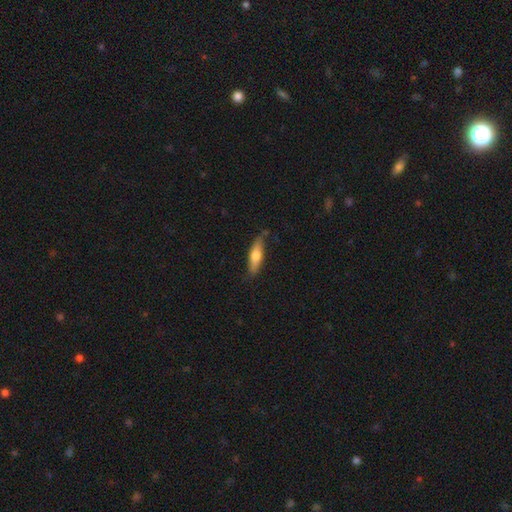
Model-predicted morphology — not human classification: Smooth or featured?
  - smooth: 63% *
  - featured or disk: 32%
  - star or artifact: 6%
How rounded?
  - cigar-shaped: 63% *
  - in between: 35%
  - round: 2%
Merging?
  - none: 75% *
  - minor disturbance: 20%
  - major disturbance: 4%
  - merger: 2%